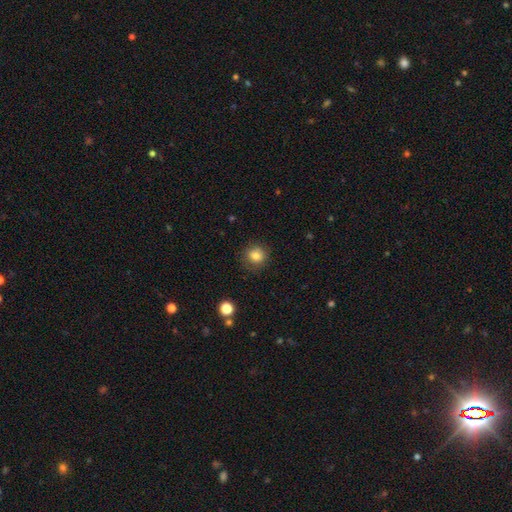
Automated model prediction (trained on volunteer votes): smooth 81%, star or artifact 11%, featured or disk 8%. Down the decision tree: how rounded — round (85%); merging — none (83%).